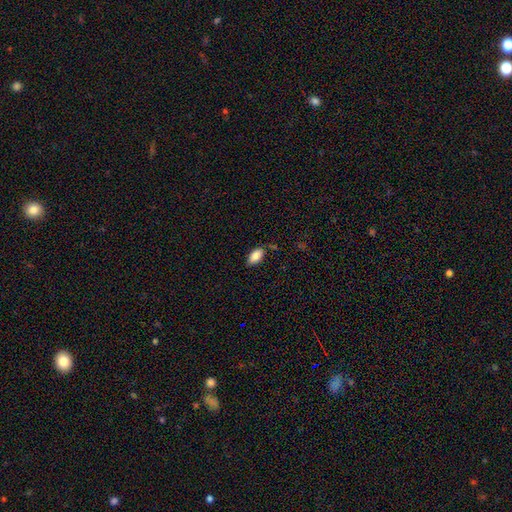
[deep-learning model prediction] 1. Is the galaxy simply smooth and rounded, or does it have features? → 86% smooth, 7% star or artifact, 7% featured or disk.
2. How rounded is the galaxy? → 92% in between, 5% cigar-shaped, 3% round.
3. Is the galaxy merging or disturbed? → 76% none, 18% minor disturbance, 3% major disturbance, 3% merger.